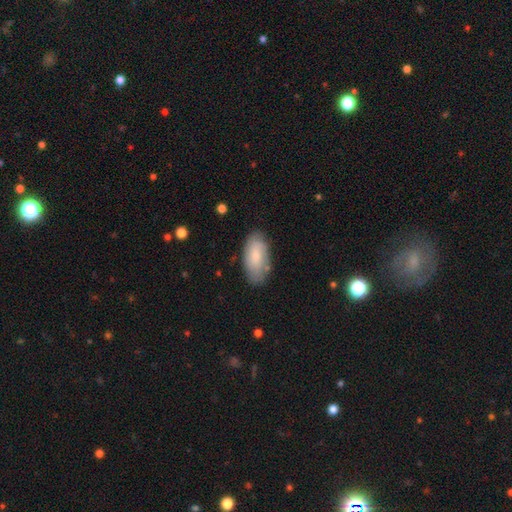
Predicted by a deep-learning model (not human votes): Smooth or featured?
  - smooth: 77% *
  - featured or disk: 17%
  - star or artifact: 6%
How rounded?
  - in between: 93% *
  - cigar-shaped: 5%
  - round: 2%
Merging?
  - none: 76% *
  - minor disturbance: 18%
  - major disturbance: 4%
  - merger: 2%